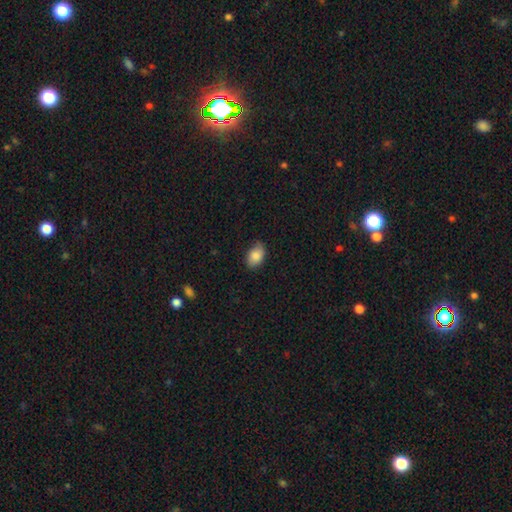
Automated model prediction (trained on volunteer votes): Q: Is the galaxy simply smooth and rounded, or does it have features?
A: smooth — 87%.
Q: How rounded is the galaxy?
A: in between — 86%.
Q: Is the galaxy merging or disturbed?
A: none — 78%.